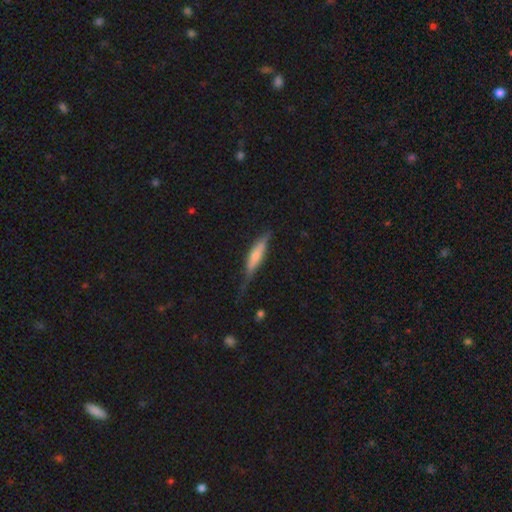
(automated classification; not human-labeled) The model was most divided on "smooth or featured": smooth: 56%, featured or disk: 38%, star or artifact: 6%. More confident: how rounded — cigar-shaped (76%); merging — none (51%).